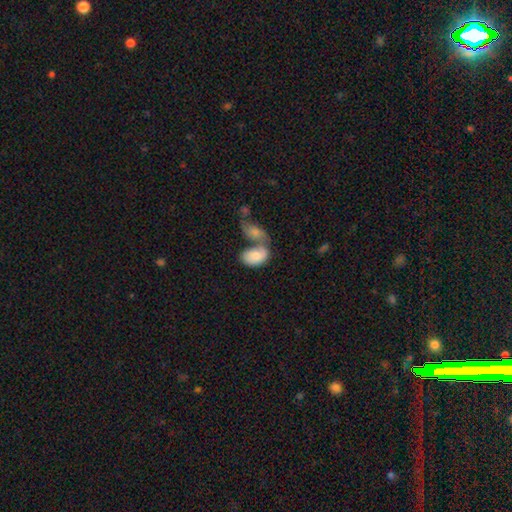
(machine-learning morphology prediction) smooth_or_featured: smooth (p=0.76) [alt: featured or disk p=0.18]
how_rounded: in between (p=0.92) [alt: round p=0.07]
merging: merger (p=0.64) [alt: none p=0.20]